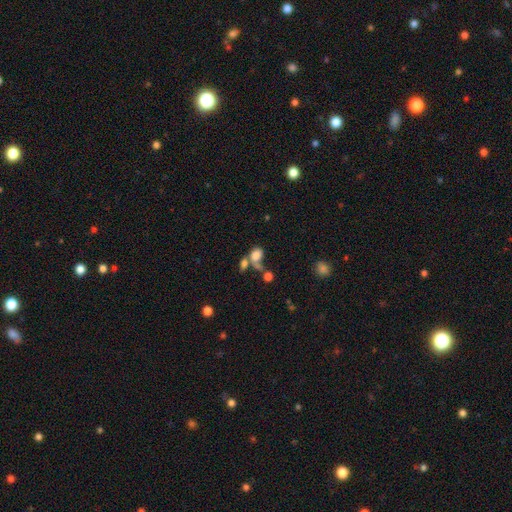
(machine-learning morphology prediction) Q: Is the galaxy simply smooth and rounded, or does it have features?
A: smooth — 73%.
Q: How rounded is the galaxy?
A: in between — 63%.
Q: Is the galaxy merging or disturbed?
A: merger — 51%.